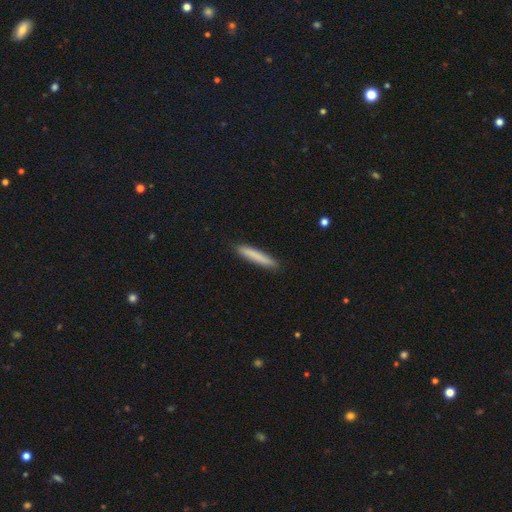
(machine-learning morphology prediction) A smooth galaxy with no disk features (81%) that is cigar-shaped (94%). Merging: none (89%).